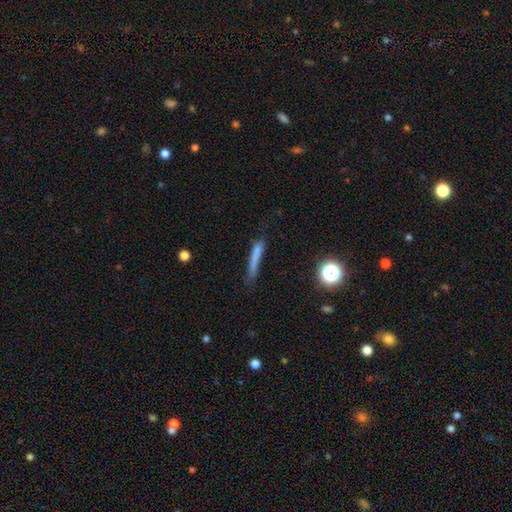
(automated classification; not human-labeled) smooth_or_featured: smooth (p=0.67) [alt: featured or disk p=0.21]
how_rounded: cigar-shaped (p=0.92) [alt: in between p=0.05]
merging: none (p=0.61) [alt: minor disturbance p=0.24]